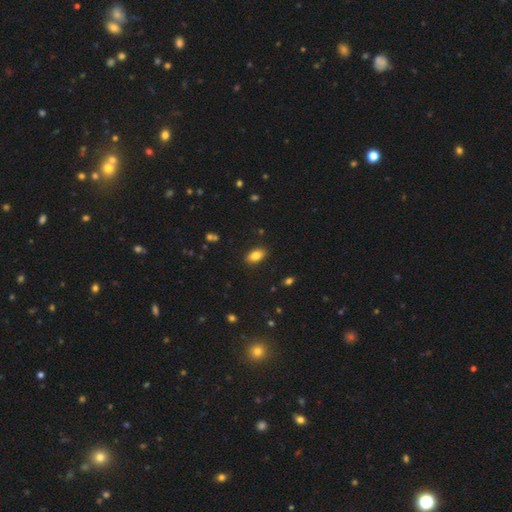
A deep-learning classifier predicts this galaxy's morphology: smooth 83%, star or artifact 9%, featured or disk 8%. Down the decision tree: how rounded — in between (90%); merging — none (88%).